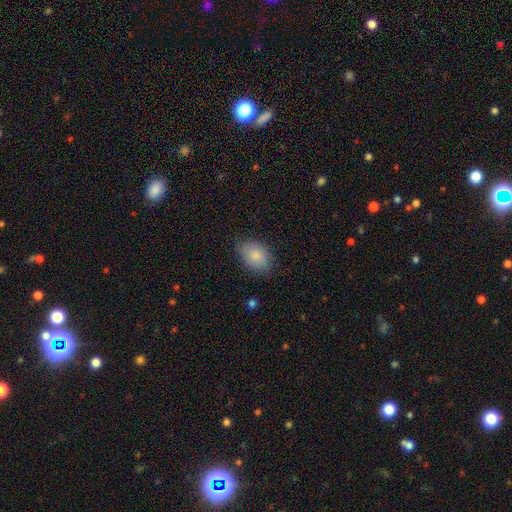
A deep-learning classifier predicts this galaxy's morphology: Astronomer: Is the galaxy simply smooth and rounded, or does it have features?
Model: smooth — 84%.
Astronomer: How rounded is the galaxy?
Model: in between — 80%.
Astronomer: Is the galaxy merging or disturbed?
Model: none — 78%.